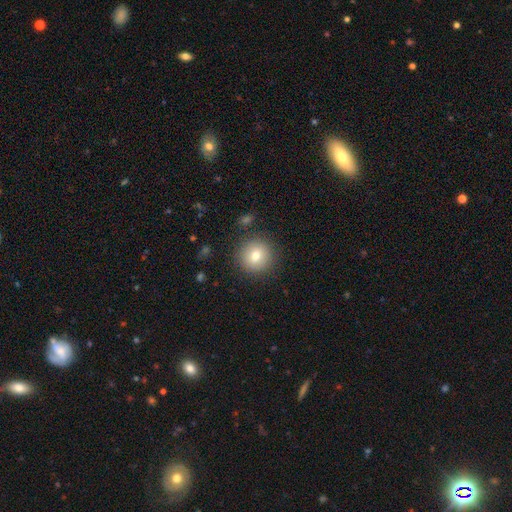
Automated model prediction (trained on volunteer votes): smooth_or_featured: smooth (p=0.78) [alt: featured or disk p=0.11]
how_rounded: round (p=0.94) [alt: in between p=0.05]
merging: none (p=0.89) [alt: minor disturbance p=0.07]